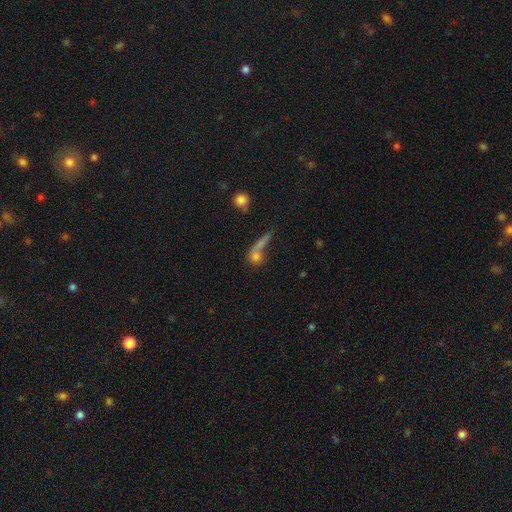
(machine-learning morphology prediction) Overall: smooth (69%). How rounded: round (54%; in between 28%). Merging: none (40%; merger 38%).